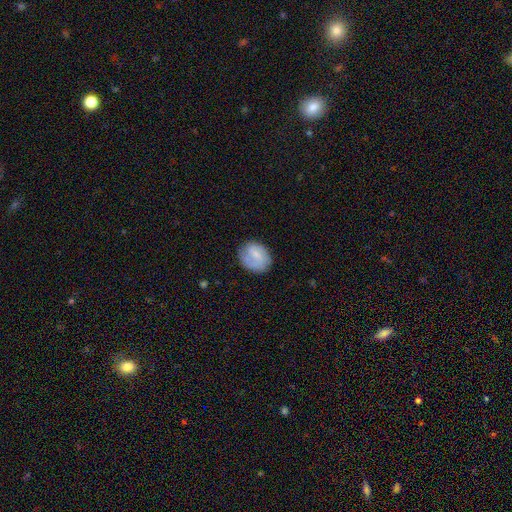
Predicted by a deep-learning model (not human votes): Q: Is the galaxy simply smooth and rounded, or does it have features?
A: smooth — 55%.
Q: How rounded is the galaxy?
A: round — 58%.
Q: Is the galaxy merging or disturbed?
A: none — 69%.